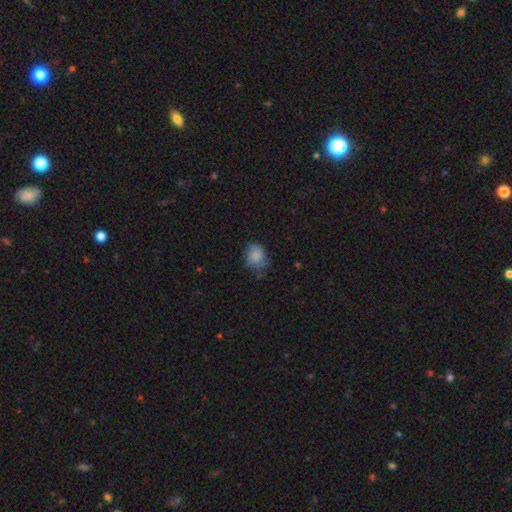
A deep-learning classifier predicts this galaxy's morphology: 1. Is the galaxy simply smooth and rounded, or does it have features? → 84% smooth, 10% star or artifact, 6% featured or disk.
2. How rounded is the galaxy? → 54% round, 45% in between, 1% cigar-shaped.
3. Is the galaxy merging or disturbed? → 57% none, 32% minor disturbance, 8% major disturbance, 2% merger.